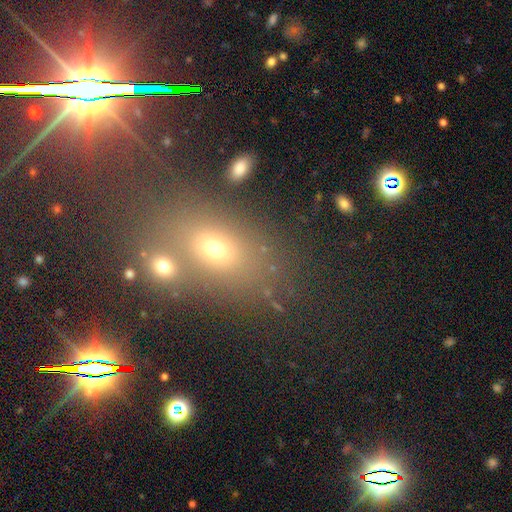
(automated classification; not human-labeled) A smooth galaxy with no disk features (44%).

Vote fractions:
- Smooth or featured? smooth: 44% / star or artifact: 41% / featured or disk: 14%
- Merging? none: 71% / merger: 12% / minor disturbance: 11% / major disturbance: 6%